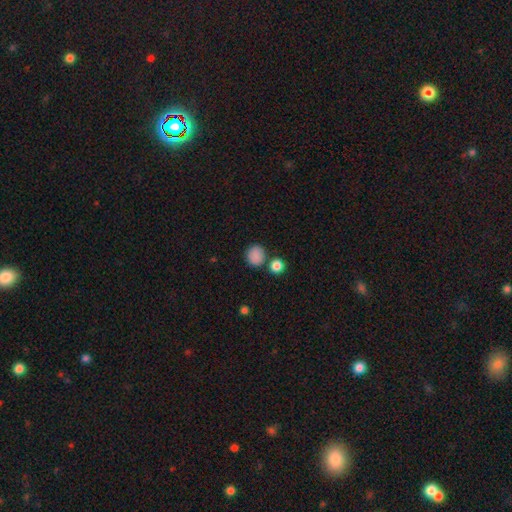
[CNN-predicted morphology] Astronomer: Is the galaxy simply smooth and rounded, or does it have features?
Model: smooth — 86%.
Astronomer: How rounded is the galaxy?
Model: round — 84%.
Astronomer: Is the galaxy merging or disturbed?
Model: none — 75%.